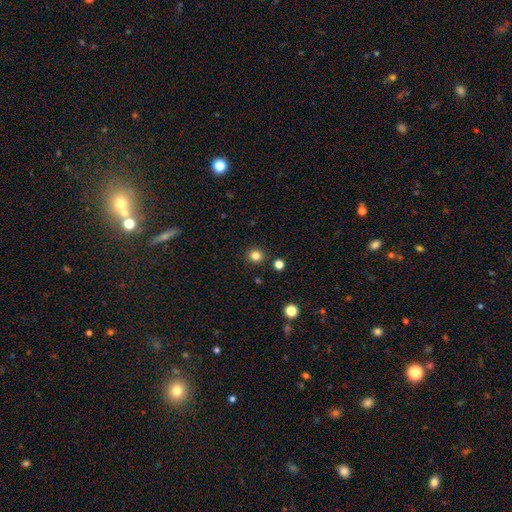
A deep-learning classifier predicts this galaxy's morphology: type=smooth (82%); roundness=round (93%); merging=none (91%).